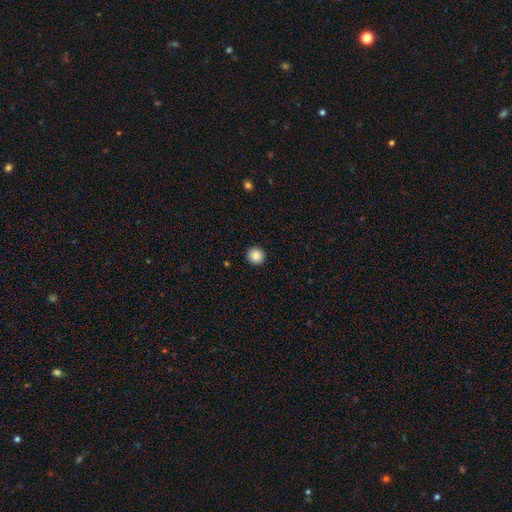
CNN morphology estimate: Smooth or featured? smooth (86%)
How rounded? round (95%)
Merging? none (93%)